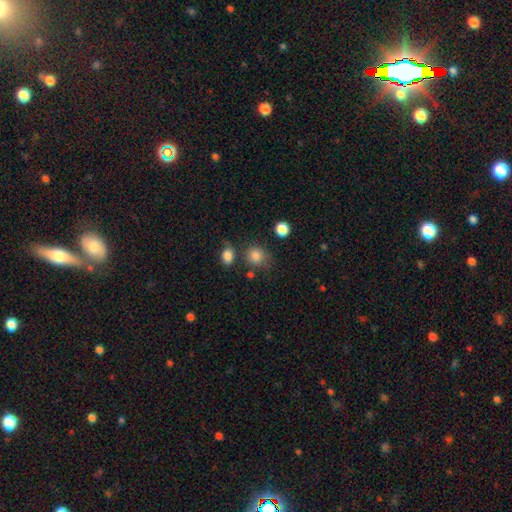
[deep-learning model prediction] smooth-or-featured: smooth: 83% | star or artifact: 12% | featured or disk: 5%
  how-rounded: round: 78% | in between: 21% | cigar-shaped: 1%
  merging: none: 71% | minor disturbance: 16% | merger: 9% | major disturbance: 5%